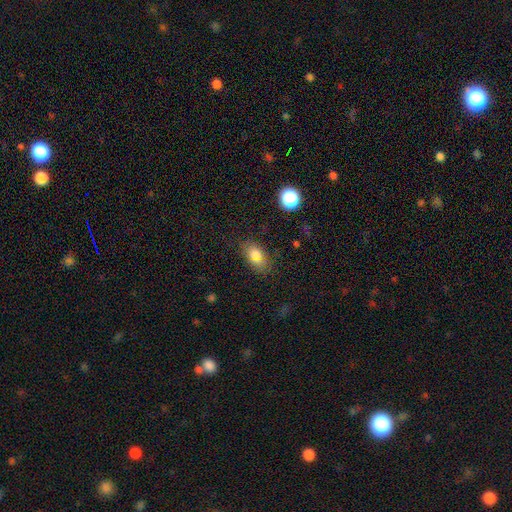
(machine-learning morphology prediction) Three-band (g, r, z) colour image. It shows a smooth galaxy with no disk features (76%) that is in between round and cigar-shaped (83%). Merging: none (76%).